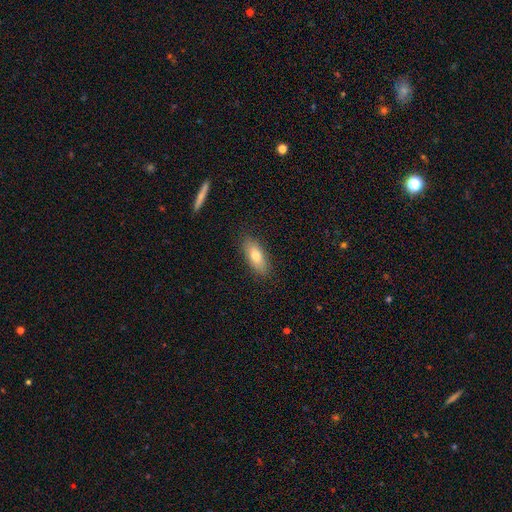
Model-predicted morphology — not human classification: smooth_or_featured: smooth (p=0.76) [alt: featured or disk p=0.18]
how_rounded: in between (p=0.76) [alt: cigar-shaped p=0.21]
merging: none (p=0.86) [alt: minor disturbance p=0.10]